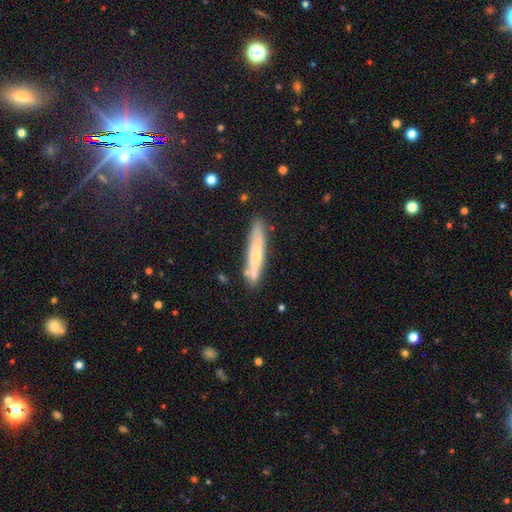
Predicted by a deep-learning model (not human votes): Smooth or featured? Predicted: smooth (p=0.52). How rounded? Predicted: cigar-shaped (p=0.90). Merging? Predicted: none (p=0.76).